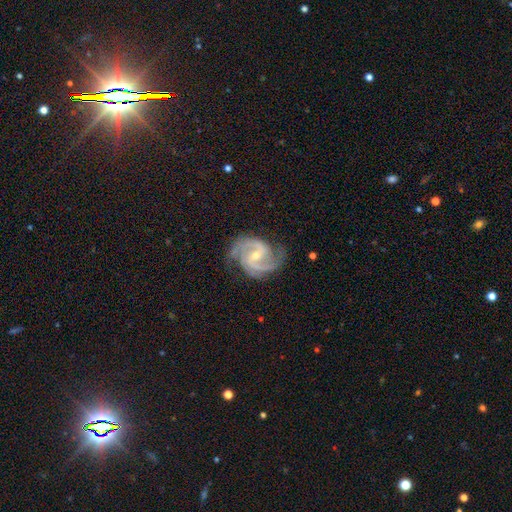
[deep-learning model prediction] smooth_or_featured: featured or disk (p=0.93) [alt: star or artifact p=0.04]
disk_edge_on: no (p=0.98) [alt: yes p=0.02]
bar: weak (p=0.46) [alt: no p=0.34]
has_spiral_arms: yes (p=0.99) [alt: no p=0.01]
spiral_winding: medium (p=0.61) [alt: tight p=0.29]
spiral_arm_count: 2 (p=0.69) [alt: 3 p=0.21]
bulge_size: small (p=0.63) [alt: moderate p=0.34]
merging: none (p=0.75) [alt: minor disturbance p=0.18]